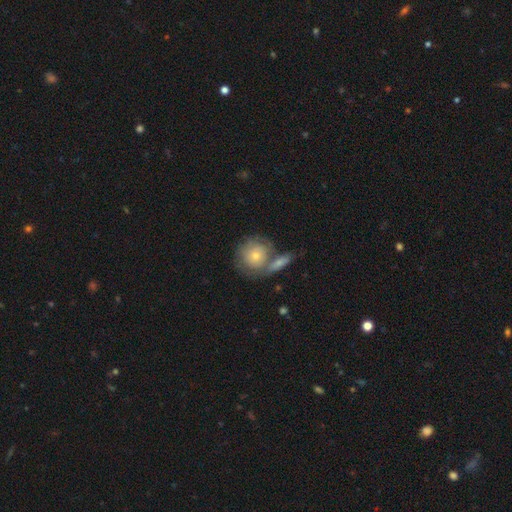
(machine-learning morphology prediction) Smooth or featured? Predicted: smooth (p=0.60). How rounded? Predicted: round (p=0.86). Merging? Predicted: none (p=0.48).